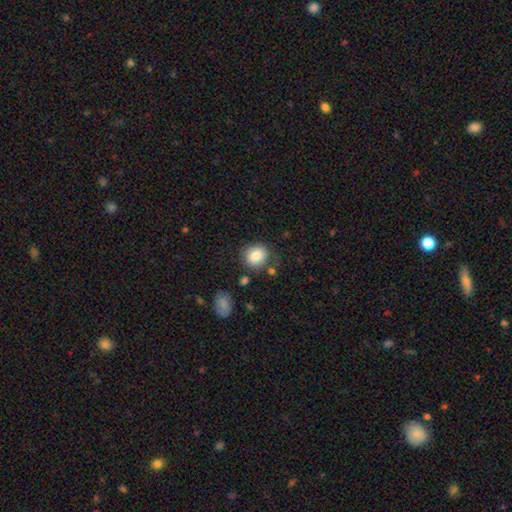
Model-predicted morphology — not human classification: smooth-or-featured: smooth: 83% | star or artifact: 9% | featured or disk: 8%
  how-rounded: round: 74% | in between: 25% | cigar-shaped: 1%
  merging: none: 75% | minor disturbance: 15% | merger: 5% | major disturbance: 5%